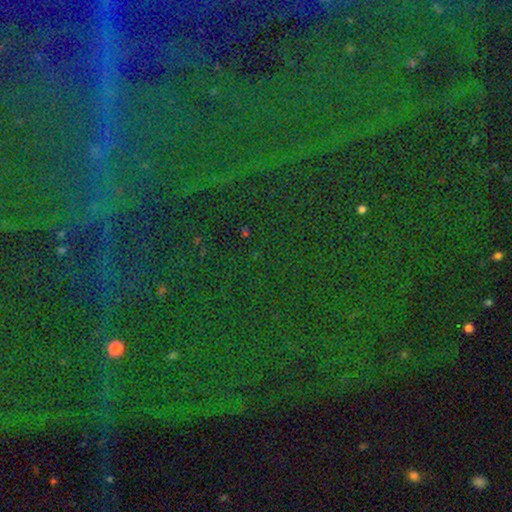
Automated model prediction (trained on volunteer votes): star or artifact 84%, smooth 9%, featured or disk 7%.